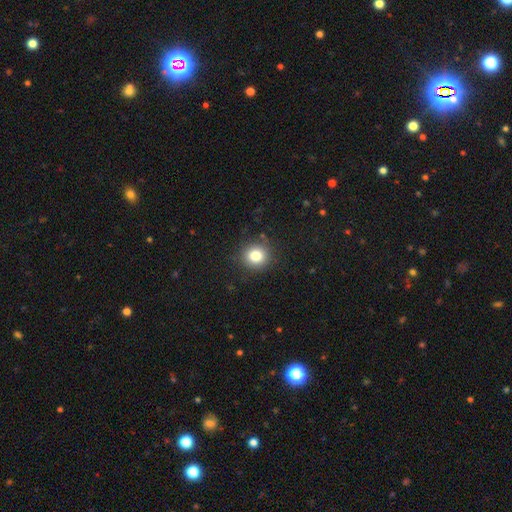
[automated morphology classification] The model was most divided on "smooth or featured": smooth: 82%, star or artifact: 12%, featured or disk: 7%. More confident: how rounded — round (89%); merging — none (88%).